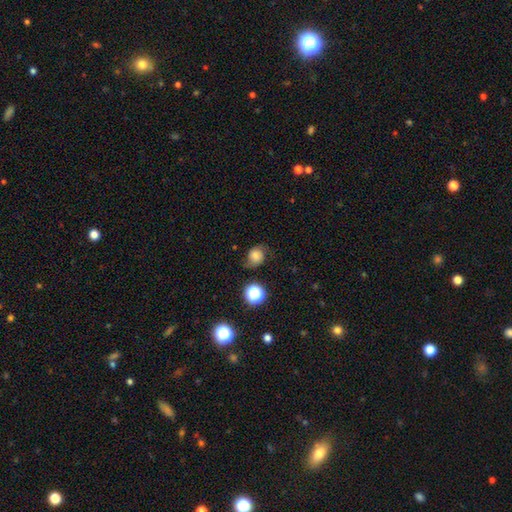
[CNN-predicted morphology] Smooth or featured? smooth (61%)
How rounded? round (68%)
Merging? none (60%)